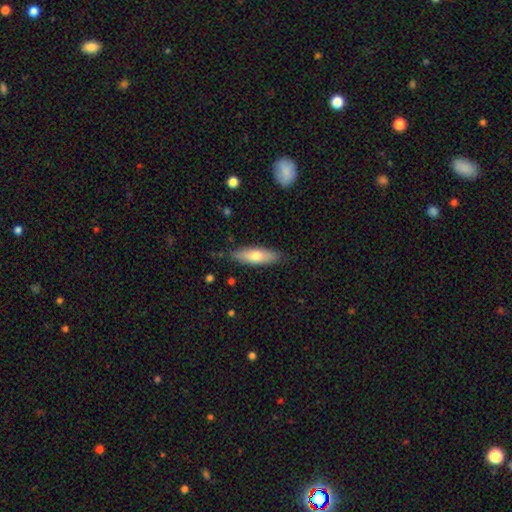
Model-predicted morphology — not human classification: Smooth or featured? smooth (68%)
How rounded? in between (51%)
Merging? none (83%)